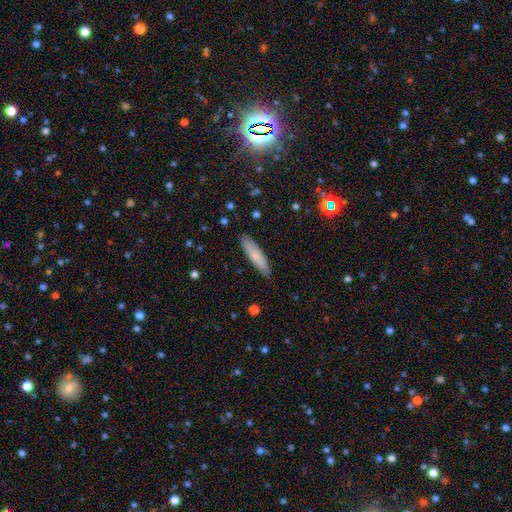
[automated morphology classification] The model was most divided on "how rounded": cigar-shaped: 72%, in between: 27%, round: 2%. More confident: merging — none (86%); smooth or featured — smooth (74%).